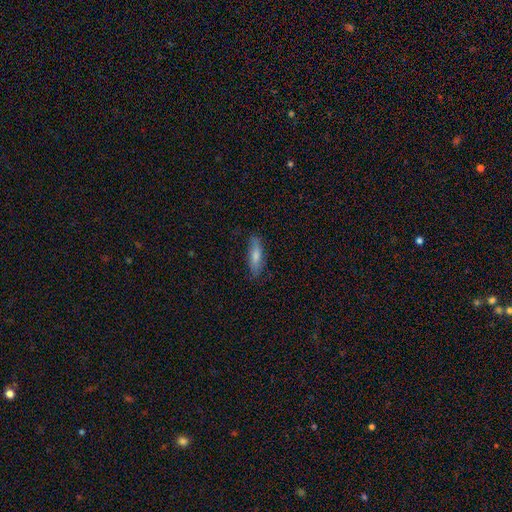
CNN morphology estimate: smooth_or_featured: smooth (p=0.73) [alt: featured or disk p=0.21]
how_rounded: cigar-shaped (p=0.59) [alt: in between p=0.39]
merging: none (p=0.77) [alt: minor disturbance p=0.18]